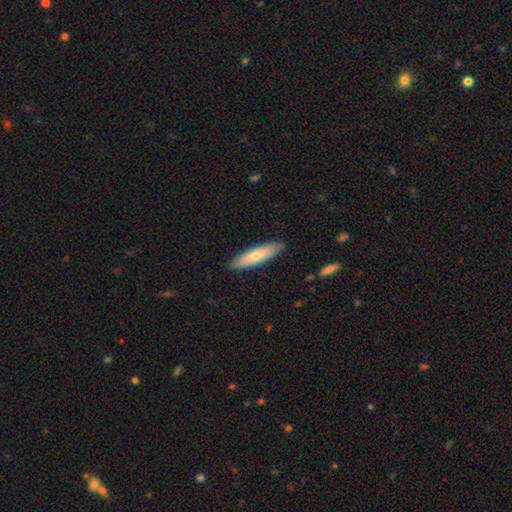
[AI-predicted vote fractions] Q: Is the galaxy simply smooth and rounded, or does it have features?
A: smooth — 71%.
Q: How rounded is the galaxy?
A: cigar-shaped — 70%.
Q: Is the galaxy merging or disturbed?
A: none — 88%.